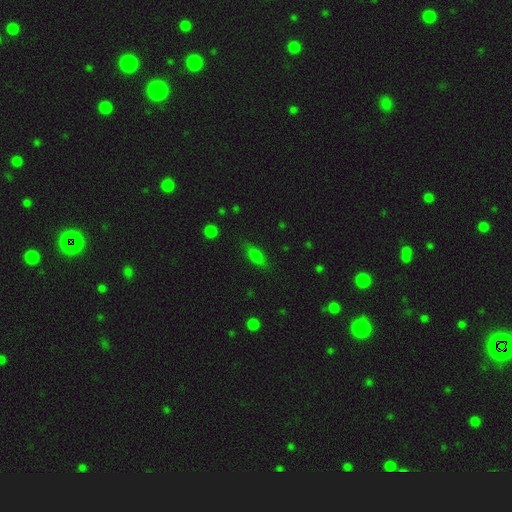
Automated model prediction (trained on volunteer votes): Morphology: type=smooth (71%); roundness=in between (68%); merging=none (79%).